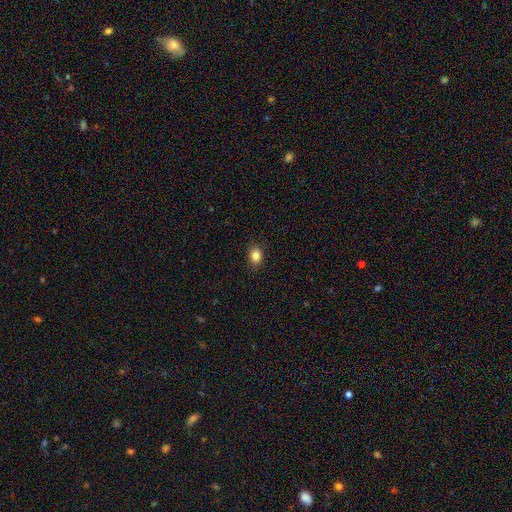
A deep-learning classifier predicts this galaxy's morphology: A smooth galaxy with no disk features (85%) that is in between round and cigar-shaped (57%).

Vote fractions:
- Smooth or featured? smooth: 85% / star or artifact: 10% / featured or disk: 5%
- How rounded? in between: 57% / round: 42% / cigar-shaped: 1%
- Merging? none: 88% / minor disturbance: 9% / major disturbance: 2% / merger: 1%